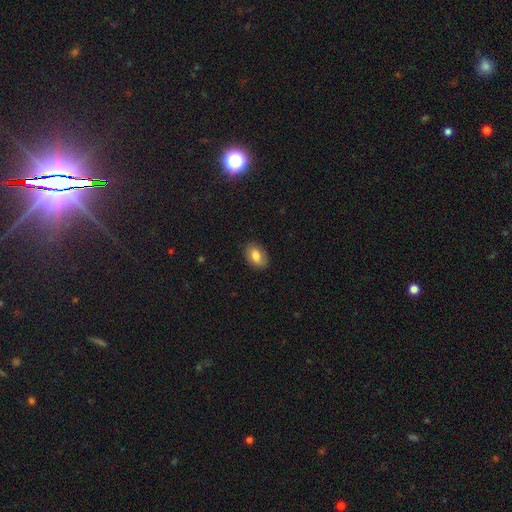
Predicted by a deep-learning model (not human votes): smooth_or_featured: smooth (p=0.79) [alt: featured or disk p=0.14]
how_rounded: in between (p=0.86) [alt: round p=0.12]
merging: none (p=0.85) [alt: minor disturbance p=0.11]